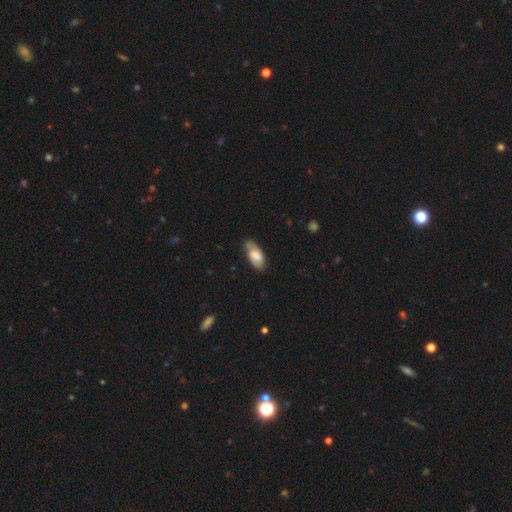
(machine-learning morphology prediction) Q: Smooth or featured?
A: smooth (59%); runner-up: featured or disk (34%)
Q: How rounded?
A: in between (89%); runner-up: cigar-shaped (8%)
Q: Merging?
A: none (61%); runner-up: minor disturbance (29%)